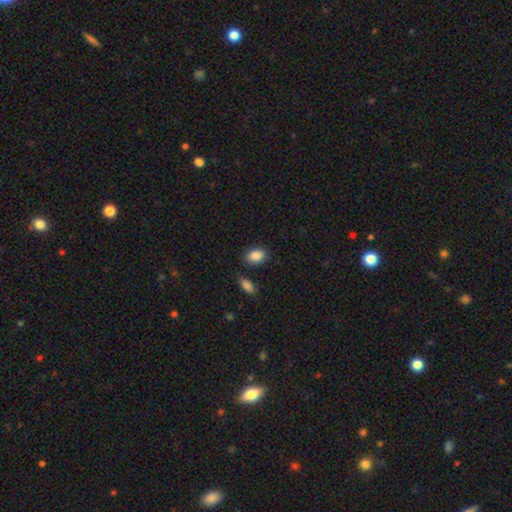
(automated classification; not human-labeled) Smooth or featured? Predicted: smooth (p=0.88). How rounded? Predicted: in between (p=0.86). Merging? Predicted: none (p=0.79).